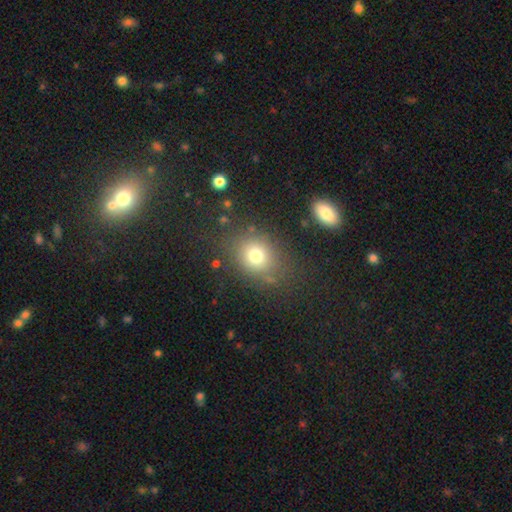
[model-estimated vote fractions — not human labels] A smooth galaxy with no disk features (74%) that is round (60%). Merging: none (76%).